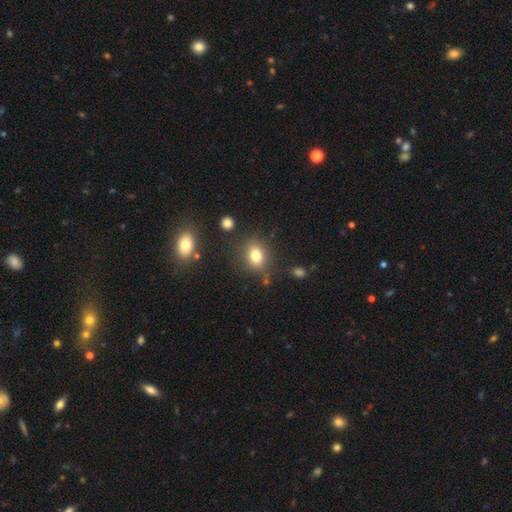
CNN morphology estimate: Smooth or featured? Predicted: smooth (p=0.81). How rounded? Predicted: in between (p=0.55). Merging? Predicted: none (p=0.79).